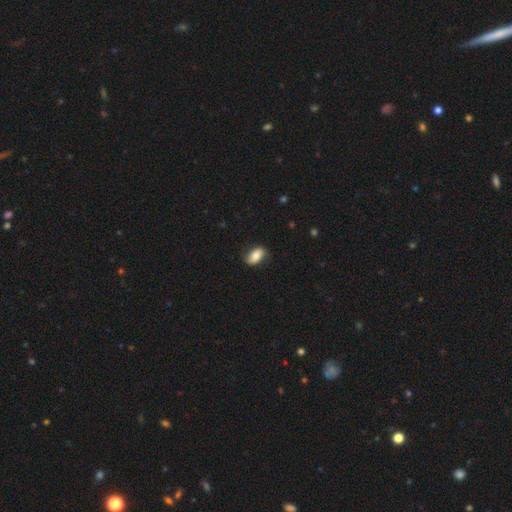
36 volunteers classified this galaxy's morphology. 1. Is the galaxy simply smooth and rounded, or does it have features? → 58% smooth, 36% featured or disk, 6% star or artifact.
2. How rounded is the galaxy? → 90% in between, 10% round, 0% cigar-shaped.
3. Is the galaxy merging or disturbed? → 79% none, 18% minor disturbance, 3% major disturbance, 0% merger.